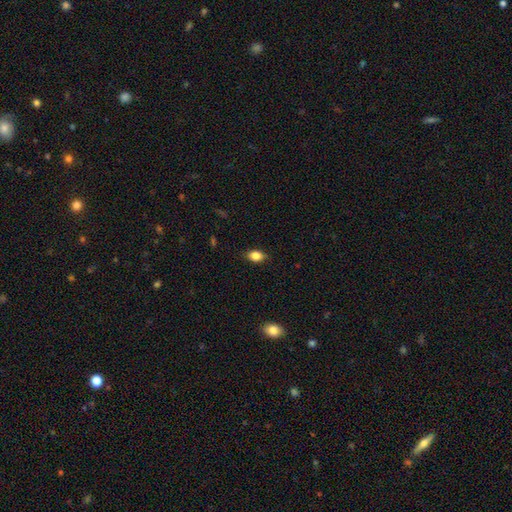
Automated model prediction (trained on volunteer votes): Overall: smooth (82%). How rounded: in between (79%). Merging: none (81%).